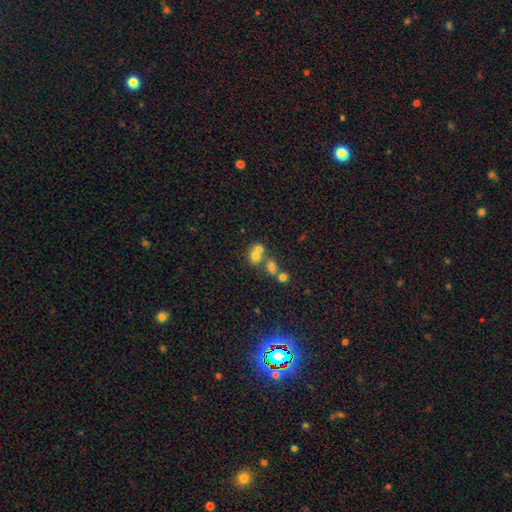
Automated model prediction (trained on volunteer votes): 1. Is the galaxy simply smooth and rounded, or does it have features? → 66% smooth, 18% featured or disk, 16% star or artifact.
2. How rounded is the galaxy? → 69% round, 29% in between, 1% cigar-shaped.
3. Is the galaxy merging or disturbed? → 55% merger, 34% none, 7% minor disturbance, 4% major disturbance.